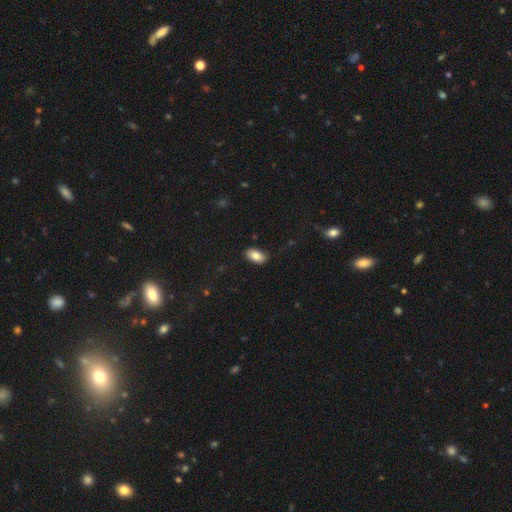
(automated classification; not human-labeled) smooth 84%, featured or disk 8%, star or artifact 7%. Down the decision tree: how rounded — in between (93%); merging — none (85%).